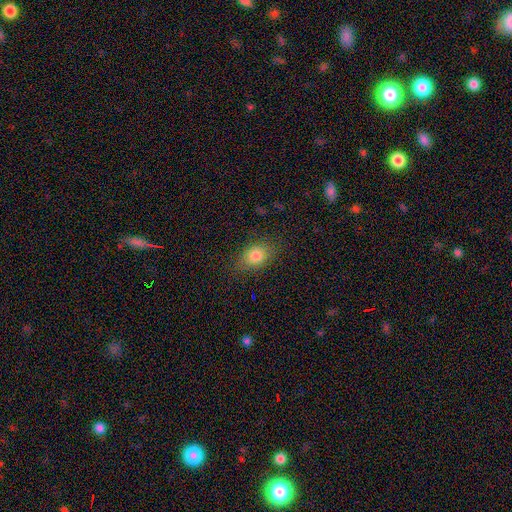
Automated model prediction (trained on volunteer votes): smooth-or-featured: smooth: 80% | star or artifact: 11% | featured or disk: 9%
  how-rounded: in between: 69% | round: 29% | cigar-shaped: 2%
  merging: none: 81% | minor disturbance: 14% | major disturbance: 4% | merger: 1%